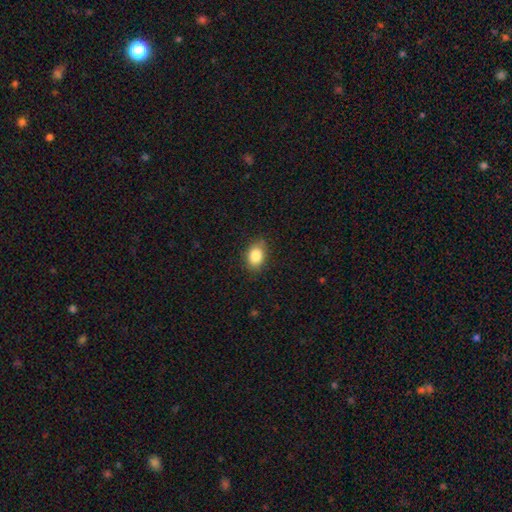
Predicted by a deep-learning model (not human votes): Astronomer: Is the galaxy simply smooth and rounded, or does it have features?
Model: smooth — 85%.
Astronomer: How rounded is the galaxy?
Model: in between — 73%.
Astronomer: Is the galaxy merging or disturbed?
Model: none — 83%.